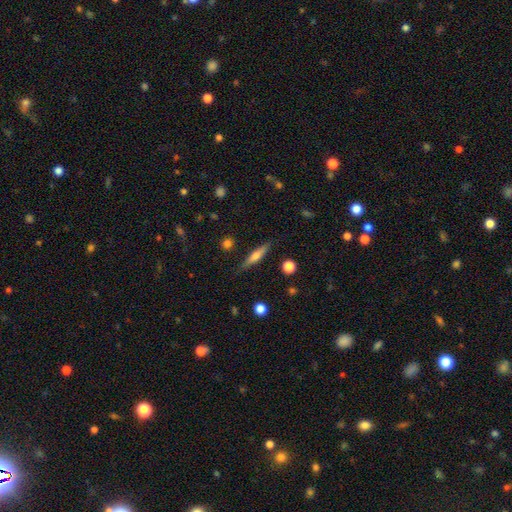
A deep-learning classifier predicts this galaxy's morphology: smooth_or_featured: smooth (p=0.48) [alt: featured or disk p=0.45]
merging: none (p=0.84) [alt: minor disturbance p=0.11]